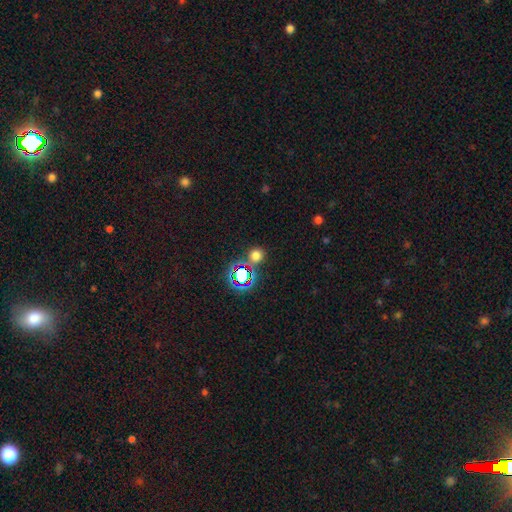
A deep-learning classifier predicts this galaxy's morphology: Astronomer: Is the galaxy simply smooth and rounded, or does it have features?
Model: smooth — 65%.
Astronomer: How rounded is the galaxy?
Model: round — 89%.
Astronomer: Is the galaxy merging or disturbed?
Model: none — 79%.